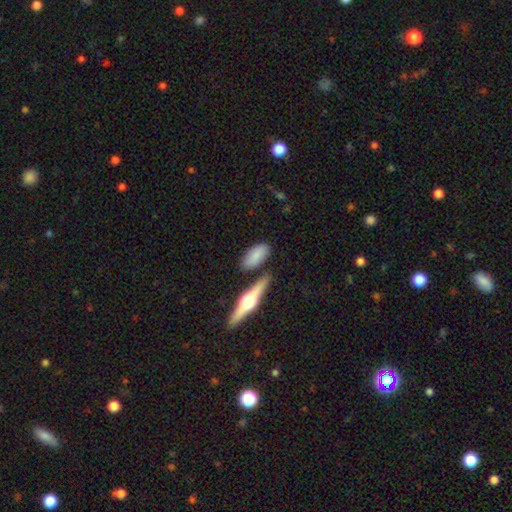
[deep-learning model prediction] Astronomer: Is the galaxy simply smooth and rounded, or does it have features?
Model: smooth — 74%.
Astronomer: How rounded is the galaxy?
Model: in between — 84%.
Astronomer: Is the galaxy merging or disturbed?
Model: none — 71%.